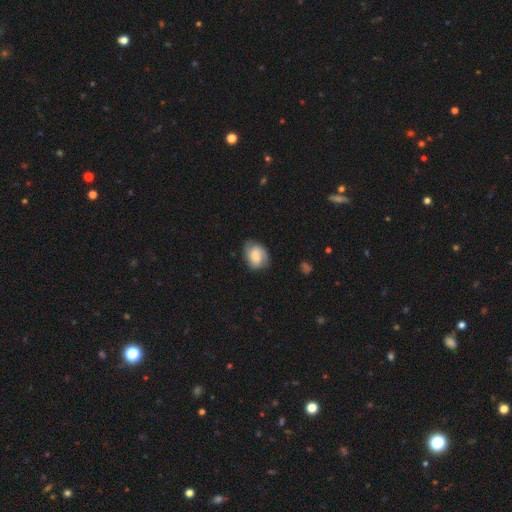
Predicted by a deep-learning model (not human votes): smooth 59%, featured or disk 33%, star or artifact 8%. Down the decision tree: how rounded — in between (70%); merging — none (66%).